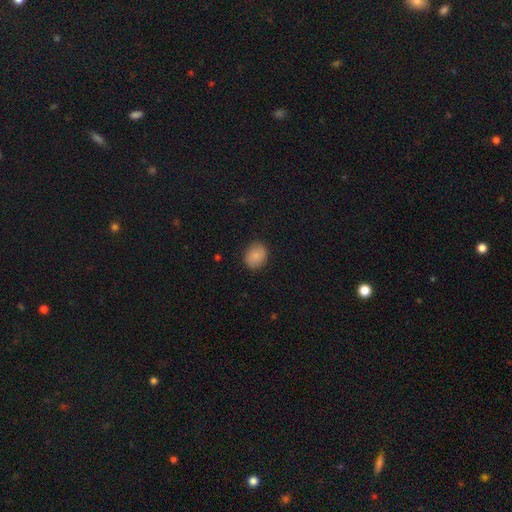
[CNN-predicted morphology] smooth-or-featured: smooth: 84% | star or artifact: 8% | featured or disk: 7%
  how-rounded: round: 55% | in between: 44% | cigar-shaped: 1%
  merging: none: 87% | minor disturbance: 10% | major disturbance: 2% | merger: 1%